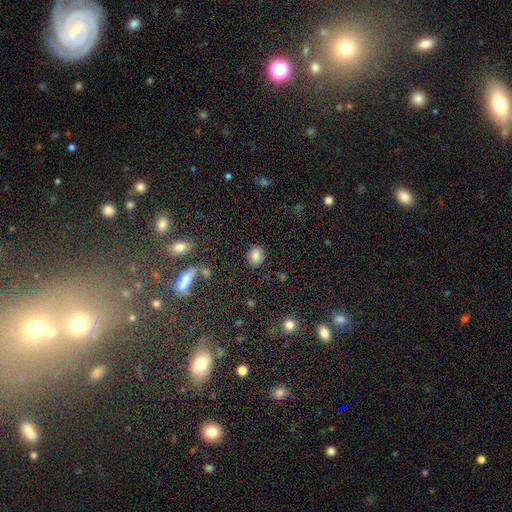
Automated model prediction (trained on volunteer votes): smooth-or-featured: smooth: 82% | star or artifact: 10% | featured or disk: 8%
  how-rounded: in between: 52% | round: 46% | cigar-shaped: 1%
  merging: none: 85% | minor disturbance: 9% | major disturbance: 3% | merger: 2%